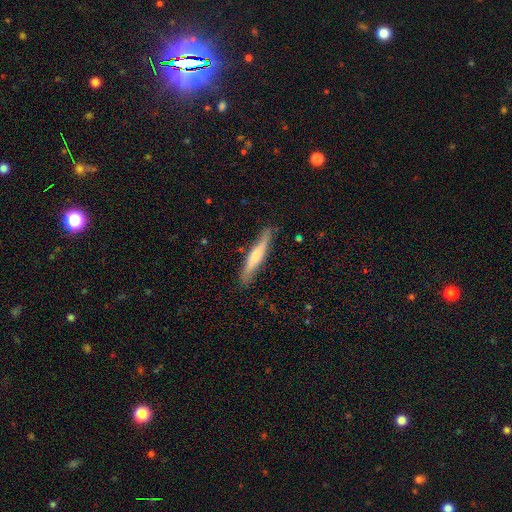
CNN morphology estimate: Smooth or featured? featured or disk (51%)
Edge-on disk? yes (91%)
Merging? none (84%)